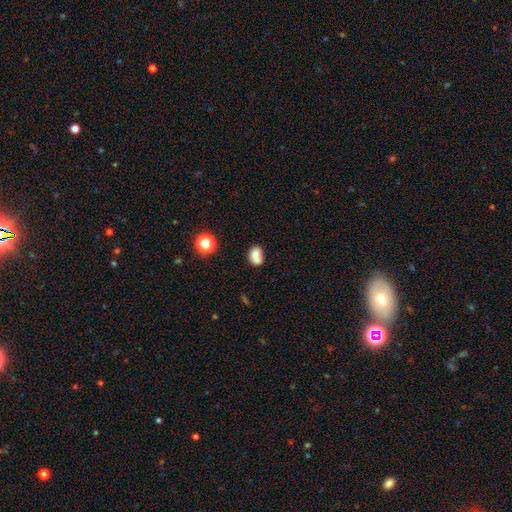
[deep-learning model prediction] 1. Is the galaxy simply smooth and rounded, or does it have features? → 76% smooth, 13% featured or disk, 11% star or artifact.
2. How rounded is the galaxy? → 63% in between, 36% round, 1% cigar-shaped.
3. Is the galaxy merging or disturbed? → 44% none, 30% merger, 19% minor disturbance, 7% major disturbance.